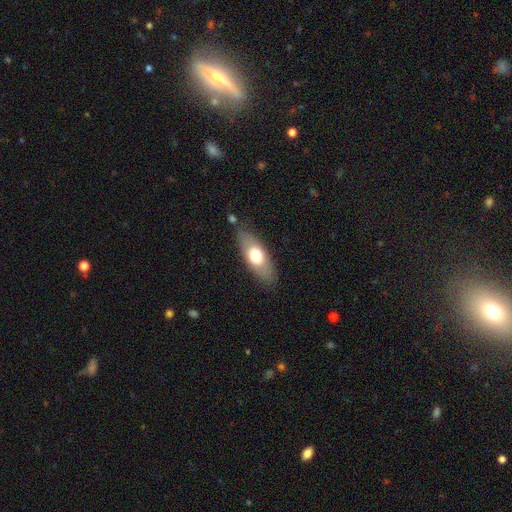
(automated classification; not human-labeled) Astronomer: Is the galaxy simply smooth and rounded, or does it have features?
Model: smooth — 63%.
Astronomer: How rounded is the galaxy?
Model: in between — 76%.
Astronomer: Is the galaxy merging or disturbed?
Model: none — 79%.